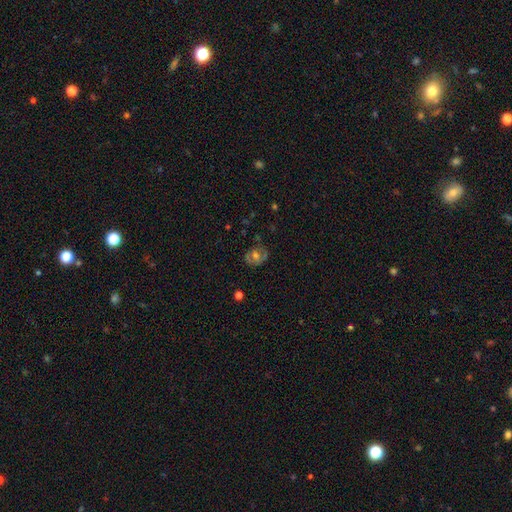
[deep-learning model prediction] This appears to be a featured or disk galaxy (47%). Merging: none (73%).